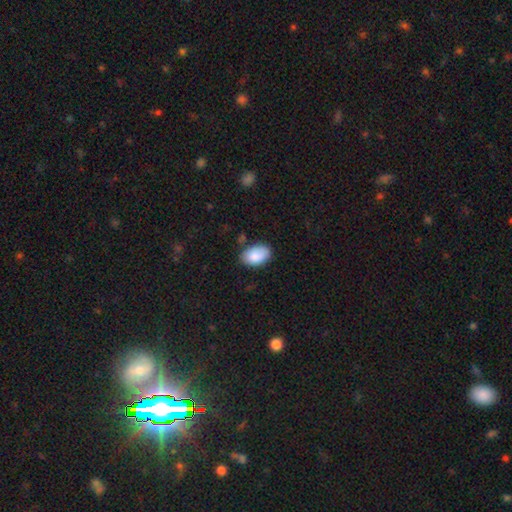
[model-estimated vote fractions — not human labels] The model was most divided on "merging": none: 76%, minor disturbance: 18%, major disturbance: 3%, merger: 3%. More confident: how rounded — in between (93%); smooth or featured — smooth (88%).